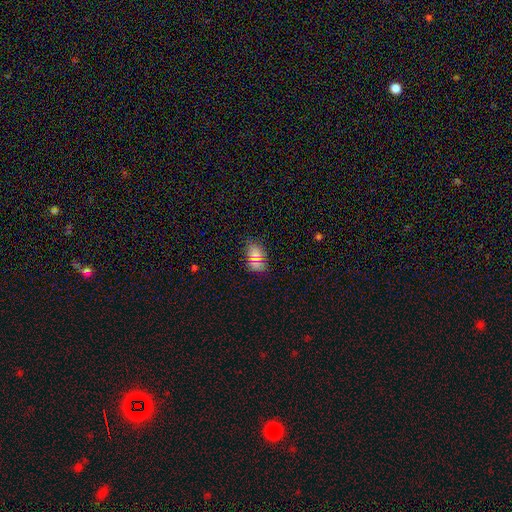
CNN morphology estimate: Overall: smooth (66%). How rounded: in between (83%). Merging: none (74%).